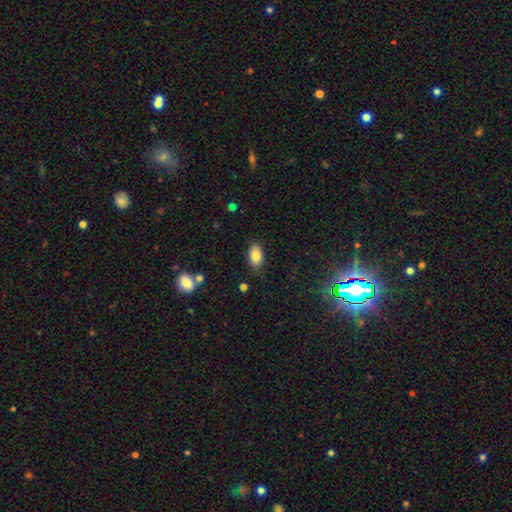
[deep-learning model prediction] This appears to be a smooth galaxy with no disk features (84%) that is in between round and cigar-shaped (92%). Merging: none (81%).